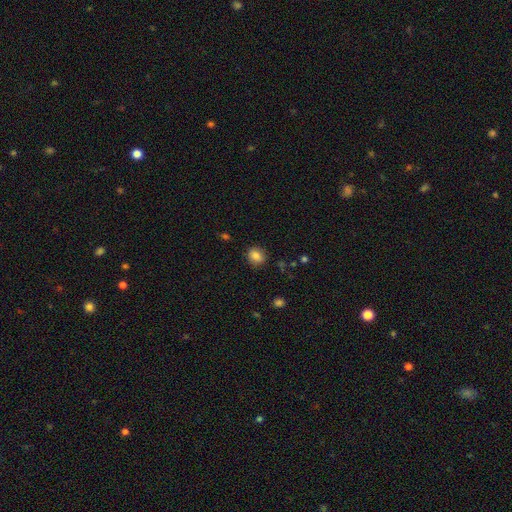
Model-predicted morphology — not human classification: Smooth or featured? Predicted: smooth (p=0.83). How rounded? Predicted: round (p=0.66). Merging? Predicted: none (p=0.85).